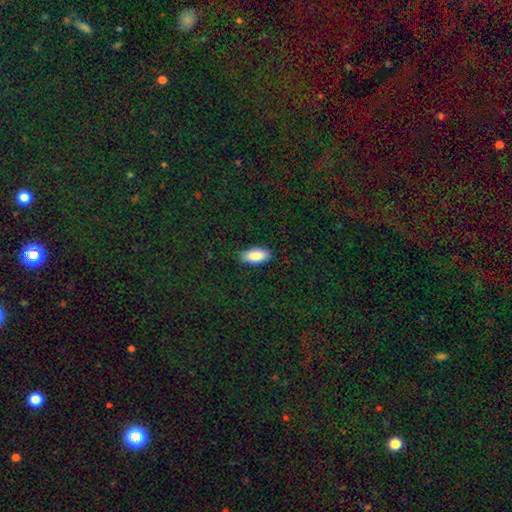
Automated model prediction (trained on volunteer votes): This appears to be a smooth galaxy with no disk features (88%) that is in between round and cigar-shaped (90%). Merging: none (88%).